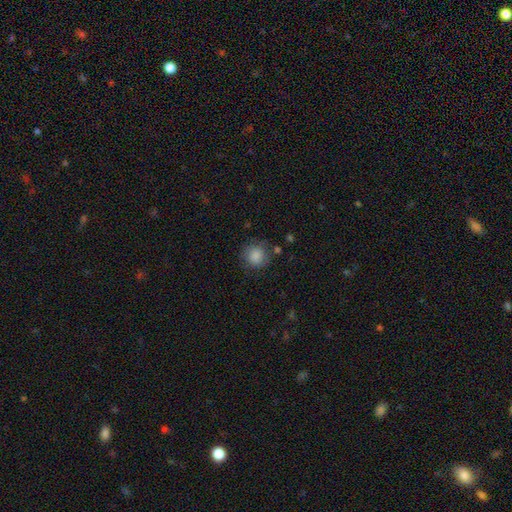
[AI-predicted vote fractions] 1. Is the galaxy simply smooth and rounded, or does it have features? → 86% smooth, 9% star or artifact, 5% featured or disk.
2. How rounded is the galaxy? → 90% round, 9% in between, 1% cigar-shaped.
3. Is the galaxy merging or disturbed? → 79% none, 14% minor disturbance, 5% major disturbance, 3% merger.